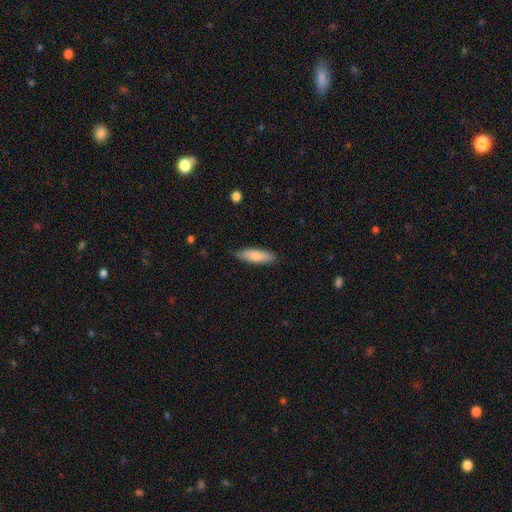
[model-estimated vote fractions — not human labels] Morphology: type=smooth (81%); roundness=cigar-shaped (57%); merging=none (84%).